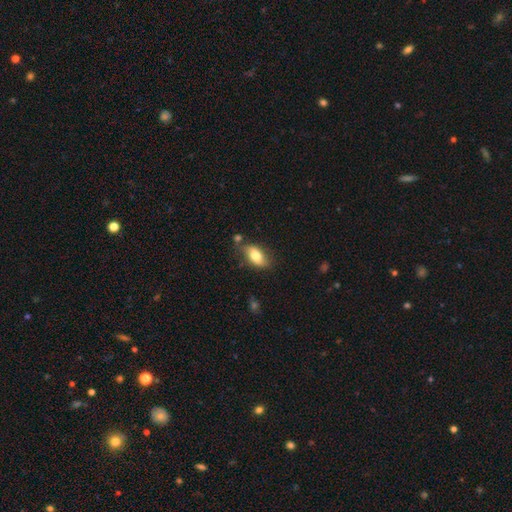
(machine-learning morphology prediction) Smooth or featured? smooth (72%)
How rounded? in between (88%)
Merging? none (68%)